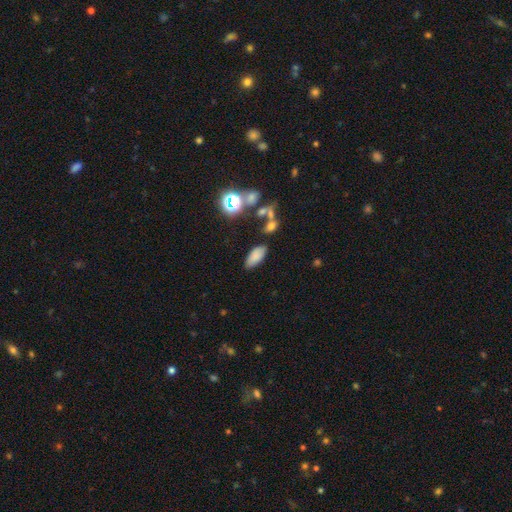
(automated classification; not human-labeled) A smooth galaxy with no disk features (78%) that is in between round and cigar-shaped (88%).

Vote fractions:
- Smooth or featured? smooth: 78% / star or artifact: 12% / featured or disk: 10%
- How rounded? in between: 88% / cigar-shaped: 9% / round: 3%
- Merging? none: 78% / minor disturbance: 13% / merger: 5% / major disturbance: 4%